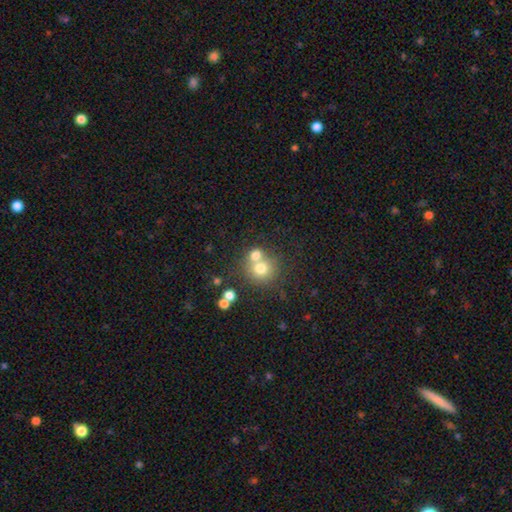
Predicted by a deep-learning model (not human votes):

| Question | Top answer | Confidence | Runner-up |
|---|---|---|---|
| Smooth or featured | smooth | 71% | featured or disk (15%) |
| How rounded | round | 83% | in between (16%) |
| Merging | merger | 47% | none (43%) |